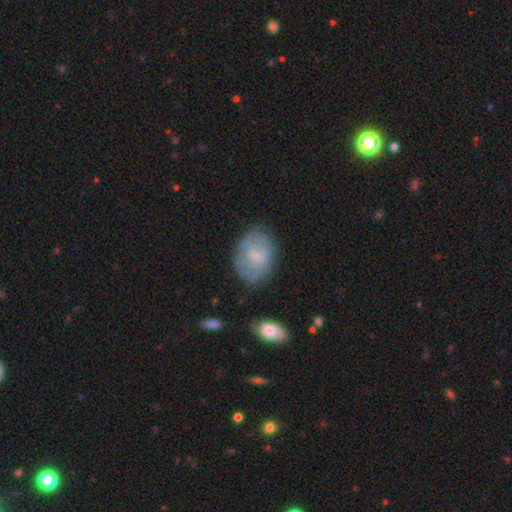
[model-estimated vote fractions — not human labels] A smooth galaxy with no disk features (50%). Merging: none (67%).